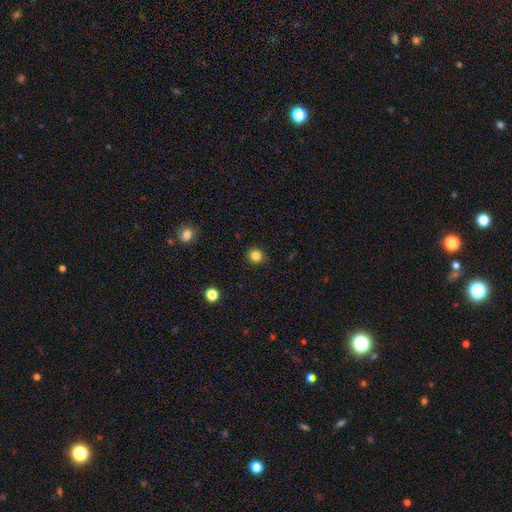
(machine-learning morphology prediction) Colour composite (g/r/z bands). It shows a smooth galaxy with no disk features (83%) that is round (92%). Merging: none (91%).